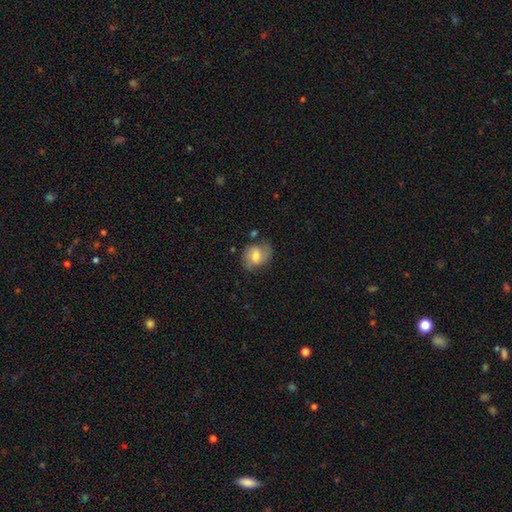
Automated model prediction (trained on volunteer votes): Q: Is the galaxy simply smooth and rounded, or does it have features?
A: smooth — 55%.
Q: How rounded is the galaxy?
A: in between — 54%.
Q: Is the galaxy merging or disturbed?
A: none — 60%.